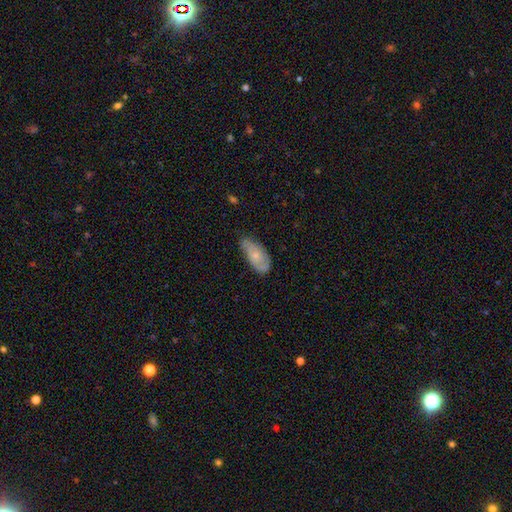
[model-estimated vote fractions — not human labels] The model was most divided on "smooth or featured": featured or disk: 51%, smooth: 42%, star or artifact: 7%. More confident: edge-on disk — no (91%); merging — none (63%).